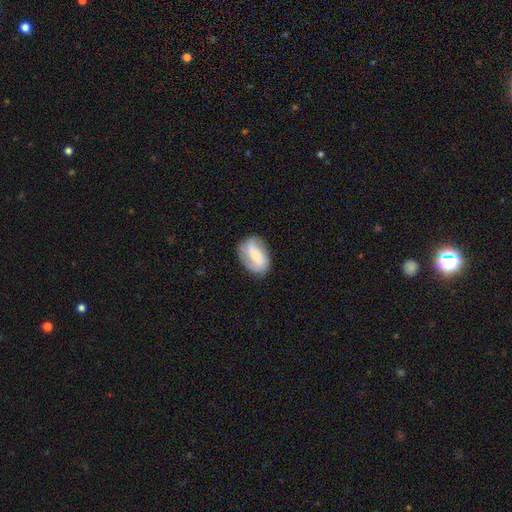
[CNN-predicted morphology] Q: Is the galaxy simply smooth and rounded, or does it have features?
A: featured or disk — 51%.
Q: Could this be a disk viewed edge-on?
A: no — 93%.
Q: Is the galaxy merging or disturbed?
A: none — 75%.